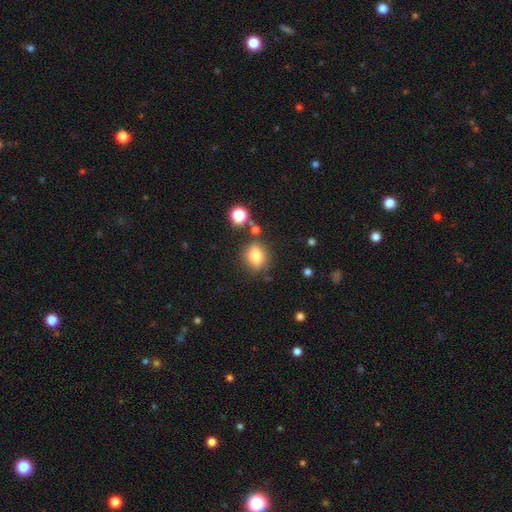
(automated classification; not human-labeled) smooth_or_featured: smooth (p=0.79) [alt: star or artifact p=0.11]
how_rounded: in between (p=0.56) [alt: round p=0.42]
merging: none (p=0.72) [alt: minor disturbance p=0.15]